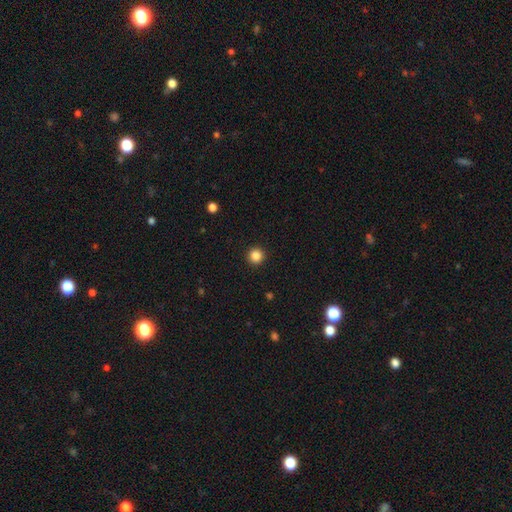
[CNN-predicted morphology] A smooth galaxy with no disk features (86%) that is round (96%).

Vote fractions:
- Smooth or featured? smooth: 86% / star or artifact: 11% / featured or disk: 3%
- How rounded? round: 96% / in between: 3% / cigar-shaped: 1%
- Merging? none: 94% / minor disturbance: 4% / major disturbance: 2% / merger: 1%